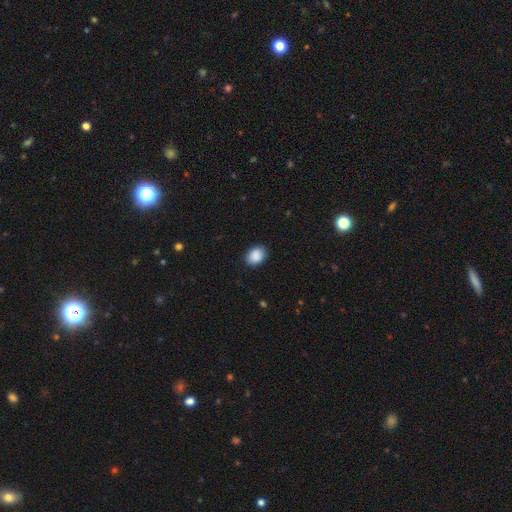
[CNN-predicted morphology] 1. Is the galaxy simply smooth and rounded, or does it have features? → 90% smooth, 7% star or artifact, 3% featured or disk.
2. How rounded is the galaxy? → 73% in between, 26% round, 1% cigar-shaped.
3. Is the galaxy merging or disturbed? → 88% none, 9% minor disturbance, 2% major disturbance, 1% merger.